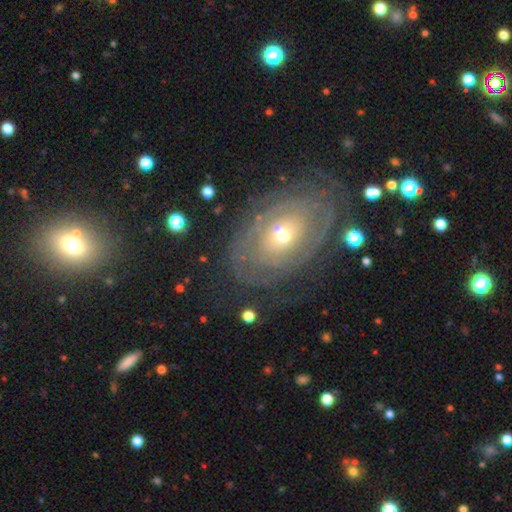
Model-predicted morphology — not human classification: featured or disk 76%, smooth 15%, star or artifact 9%. Down the decision tree: edge-on disk — no (94%); bar — no (77%); spiral arms — yes (75%); spiral arm count — can't tell (55%); spiral winding — tight (80%); bulge size — moderate (50%); merging — none (79%).